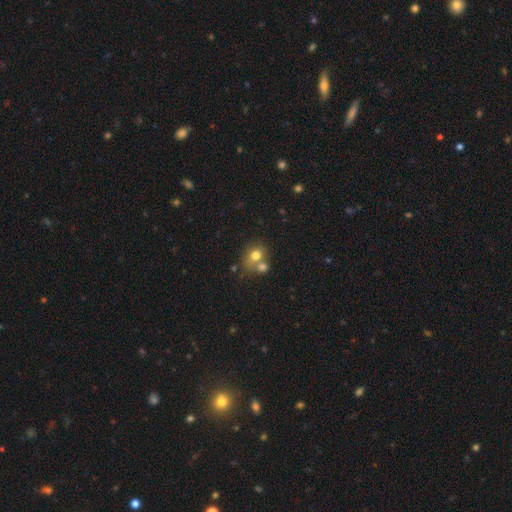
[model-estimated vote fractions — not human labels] This appears to be a smooth galaxy with no disk features (74%) that is round (64%). Merging: merger (43%).